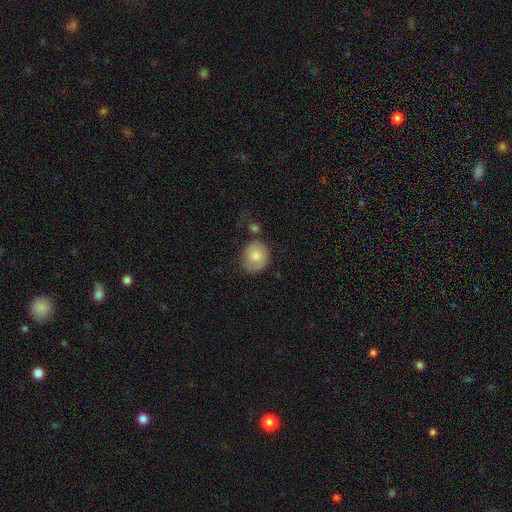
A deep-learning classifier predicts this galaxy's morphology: smooth 75%, featured or disk 18%, star or artifact 7%. Down the decision tree: how rounded — round (73%); merging — none (61%).